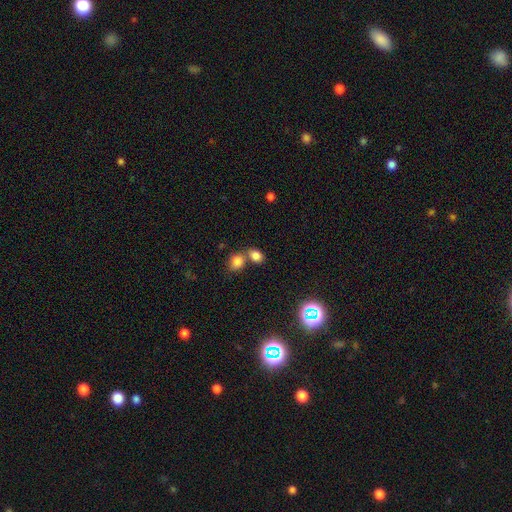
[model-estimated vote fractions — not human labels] Morphology: type=smooth (78%); roundness=in between (60%); merging=none (47%).